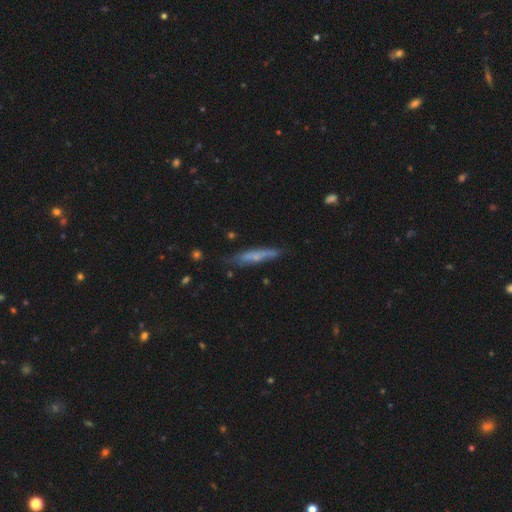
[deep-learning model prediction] smooth 55%, featured or disk 38%, star or artifact 7%. Down the decision tree: how rounded — cigar-shaped (91%); merging — none (76%).